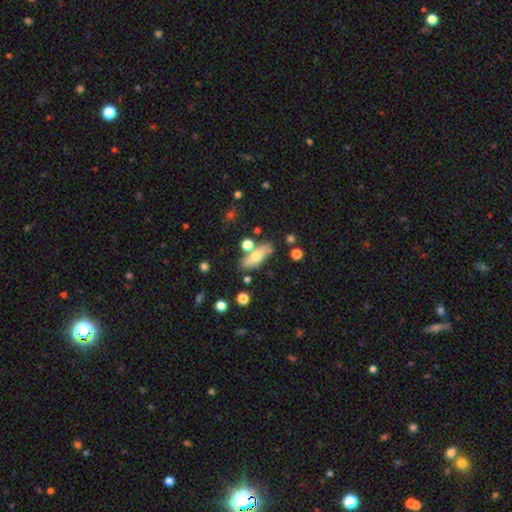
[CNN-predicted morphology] A smooth galaxy with no disk features (66%) that is in between round and cigar-shaped (68%). Merging: none (69%).